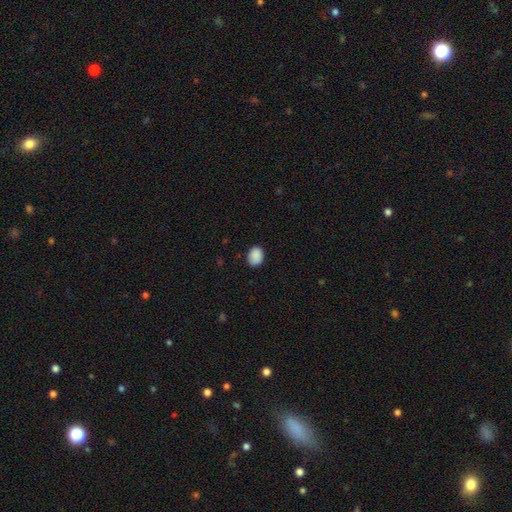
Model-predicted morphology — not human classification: Q: Smooth or featured?
A: smooth (88%); runner-up: star or artifact (8%)
Q: How rounded?
A: in between (57%); runner-up: round (42%)
Q: Merging?
A: none (81%); runner-up: minor disturbance (15%)